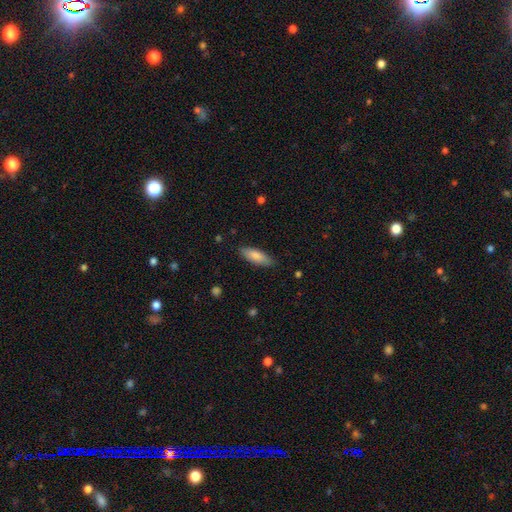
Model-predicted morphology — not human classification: This is clearly a smooth galaxy (84%). How rounded: likely in between (63%). Merging: clearly none (84%).